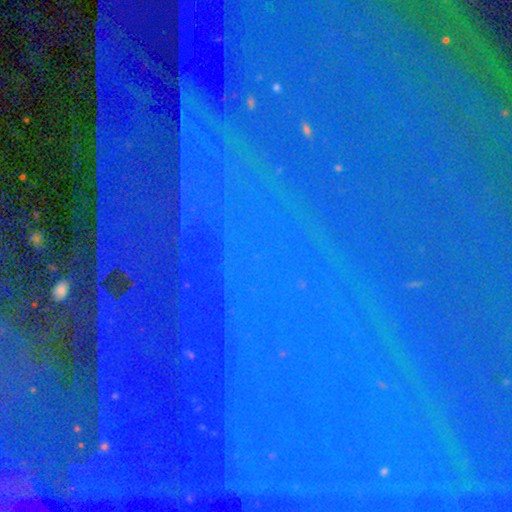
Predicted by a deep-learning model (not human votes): Smooth or featured? star or artifact (87%)